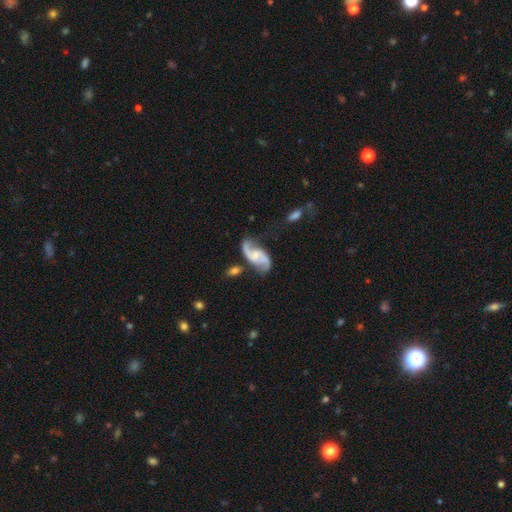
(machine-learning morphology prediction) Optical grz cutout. It shows a featured or disk galaxy (87%) with no bar (46%), 2 (93%) loose (62%) spiral arms (96%) and a small central bulge (42%). Merging: none (62%).